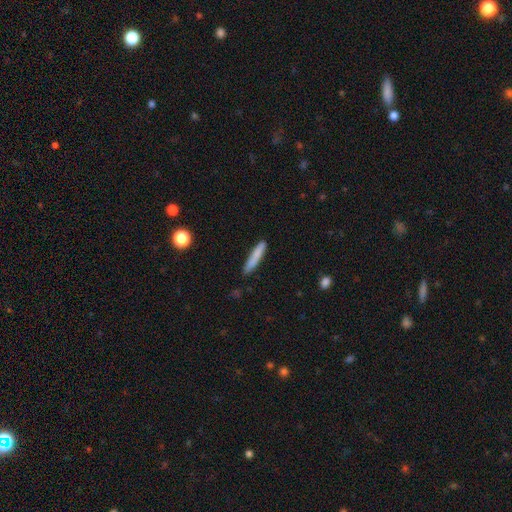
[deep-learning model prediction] Smooth or featured? smooth (80%)
How rounded? cigar-shaped (92%)
Merging? none (83%)